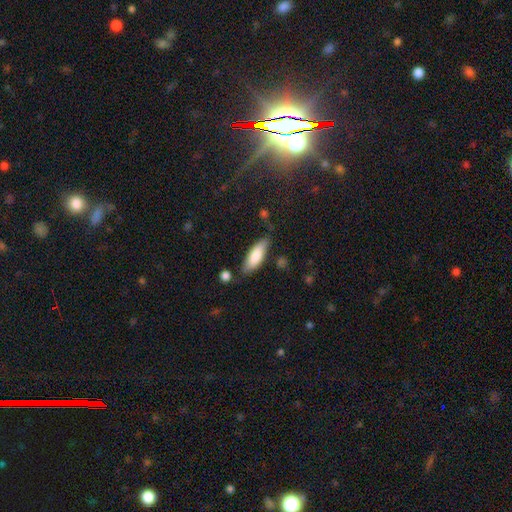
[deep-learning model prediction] A smooth galaxy with no disk features (80%) that is in between round and cigar-shaped (59%).

Vote fractions:
- Smooth or featured? smooth: 80% / featured or disk: 14% / star or artifact: 6%
- How rounded? in between: 59% / cigar-shaped: 39% / round: 2%
- Merging? none: 73% / minor disturbance: 19% / merger: 4% / major disturbance: 4%